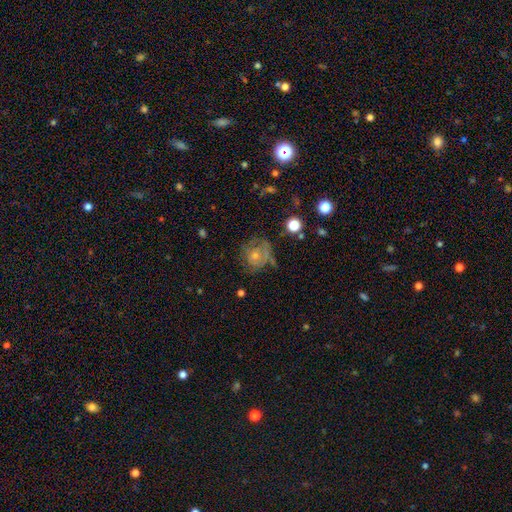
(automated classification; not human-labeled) This appears to be a featured or disk galaxy (44%). Merging: none (61%).